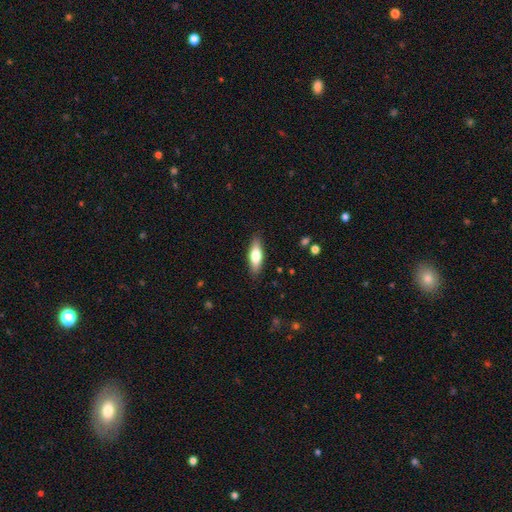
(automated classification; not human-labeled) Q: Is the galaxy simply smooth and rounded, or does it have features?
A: smooth — 69%.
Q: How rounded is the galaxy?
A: in between — 58%.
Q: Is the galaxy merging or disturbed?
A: none — 87%.